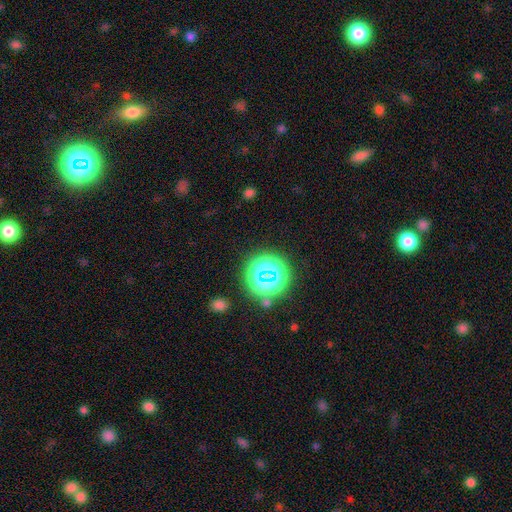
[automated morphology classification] A star or artifact, not a galaxy (77%).